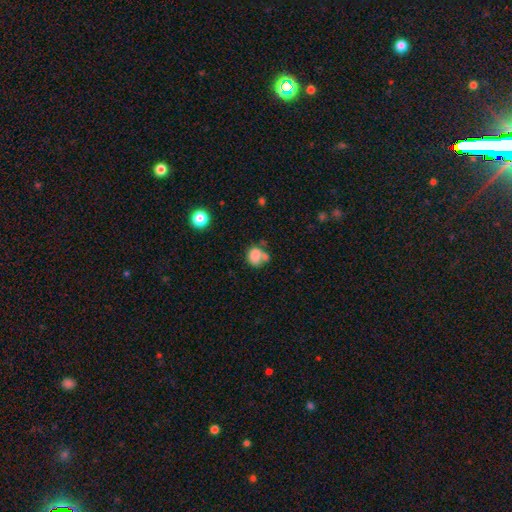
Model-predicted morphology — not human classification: Q: Smooth or featured?
A: smooth (78%); runner-up: featured or disk (11%)
Q: How rounded?
A: round (52%); runner-up: in between (47%)
Q: Merging?
A: none (35%); runner-up: merger (34%)